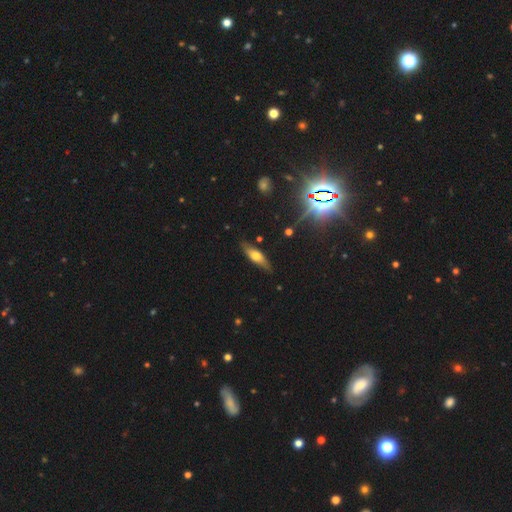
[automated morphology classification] The model was most divided on "how rounded": cigar-shaped: 53%, in between: 44%, round: 3%. More confident: merging — none (81%); smooth or featured — smooth (51%).